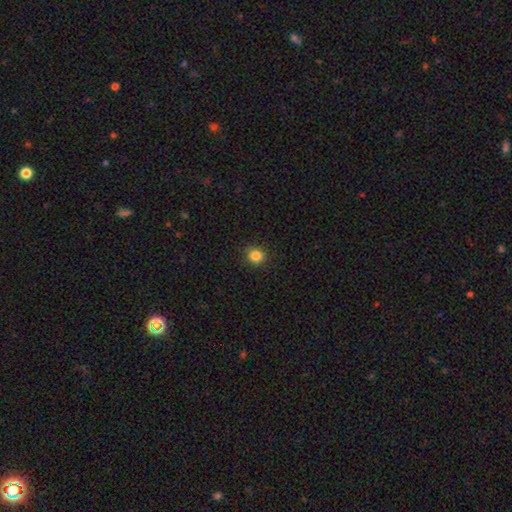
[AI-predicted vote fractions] A smooth galaxy with no disk features (84%) that is round (90%).

Vote fractions:
- Smooth or featured? smooth: 84% / star or artifact: 12% / featured or disk: 4%
- How rounded? round: 90% / in between: 9% / cigar-shaped: 1%
- Merging? none: 90% / minor disturbance: 7% / major disturbance: 2% / merger: 1%